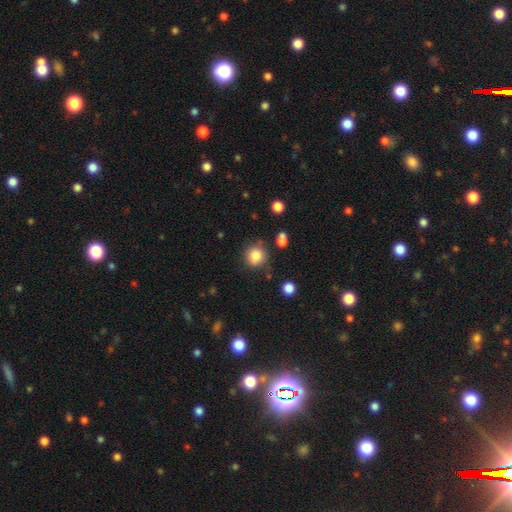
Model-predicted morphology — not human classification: Q: Smooth or featured?
A: smooth (83%); runner-up: star or artifact (11%)
Q: How rounded?
A: round (88%); runner-up: in between (11%)
Q: Merging?
A: none (76%); runner-up: minor disturbance (14%)